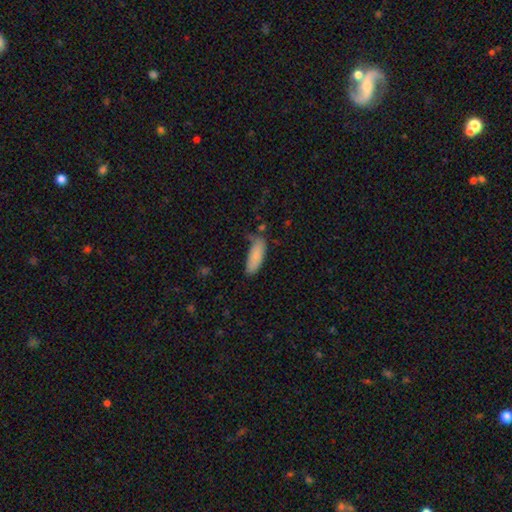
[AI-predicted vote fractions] Smooth or featured? smooth (85%)
How rounded? in between (69%)
Merging? none (59%)